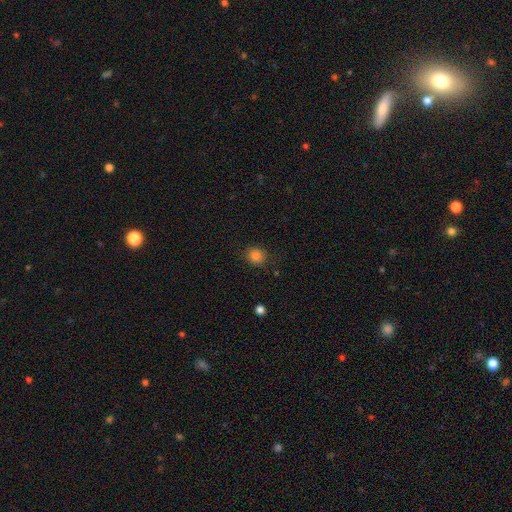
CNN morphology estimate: A smooth galaxy with no disk features (84%) that is round (79%).

Vote fractions:
- Smooth or featured? smooth: 84% / star or artifact: 12% / featured or disk: 5%
- How rounded? round: 79% / in between: 20% / cigar-shaped: 1%
- Merging? none: 85% / minor disturbance: 11% / major disturbance: 3% / merger: 1%